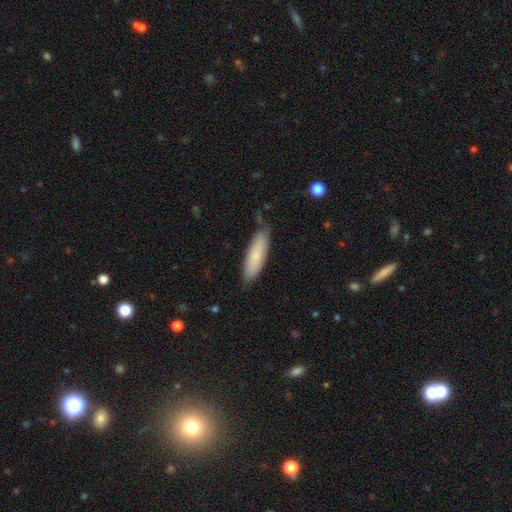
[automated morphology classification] type=smooth (75%); roundness=cigar-shaped (55%); merging=none (78%).